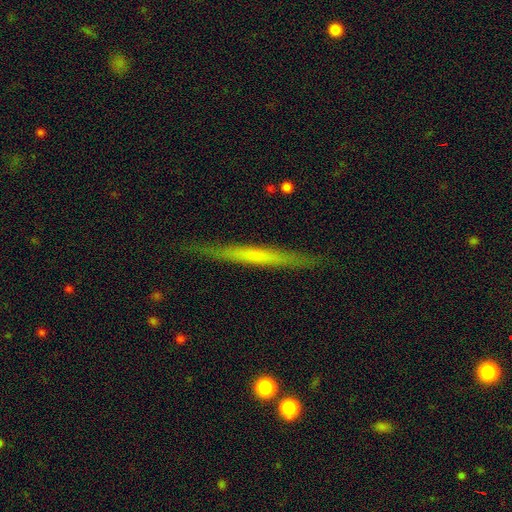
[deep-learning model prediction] The model was most divided on "smooth or featured": featured or disk: 50%, smooth: 44%, star or artifact: 6%. More confident: merging — none (88%).